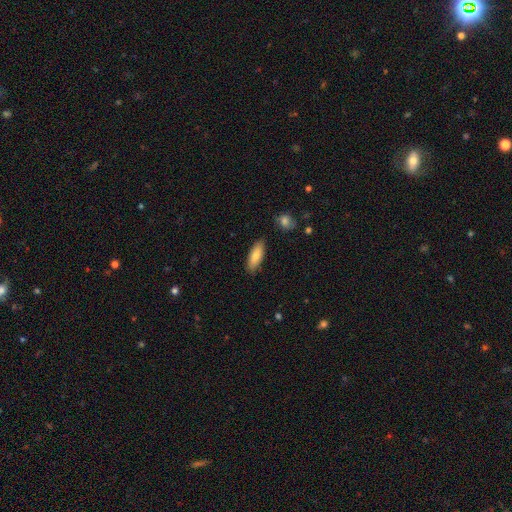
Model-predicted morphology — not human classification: Smooth or featured? smooth (81%)
How rounded? in between (68%)
Merging? none (85%)